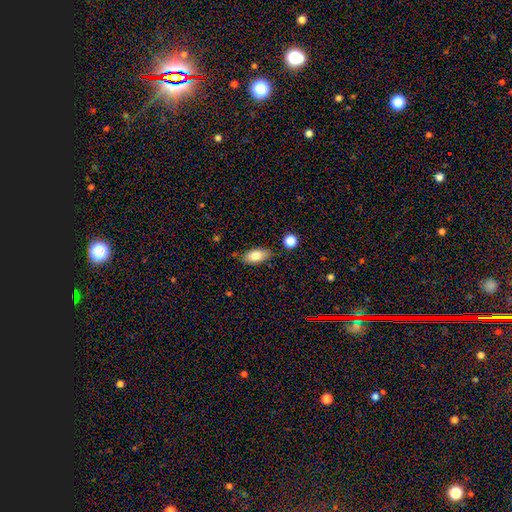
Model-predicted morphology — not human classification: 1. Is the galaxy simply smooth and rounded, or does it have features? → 82% smooth, 11% featured or disk, 7% star or artifact.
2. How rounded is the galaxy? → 90% in between, 6% cigar-shaped, 4% round.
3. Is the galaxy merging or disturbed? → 79% none, 15% minor disturbance, 4% merger, 3% major disturbance.